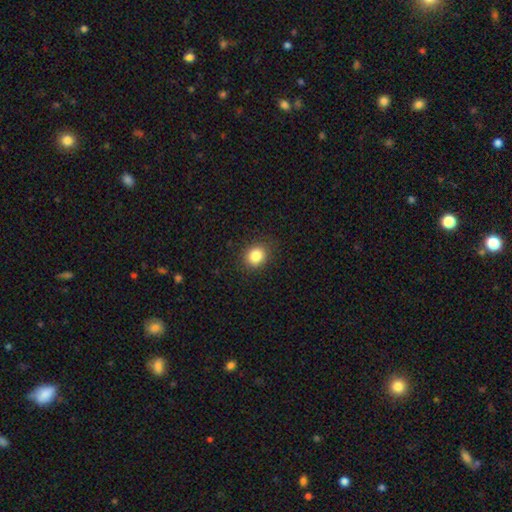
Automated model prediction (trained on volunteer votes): Q: Smooth or featured?
A: smooth (84%); runner-up: star or artifact (10%)
Q: How rounded?
A: round (66%); runner-up: in between (33%)
Q: Merging?
A: none (87%); runner-up: minor disturbance (9%)